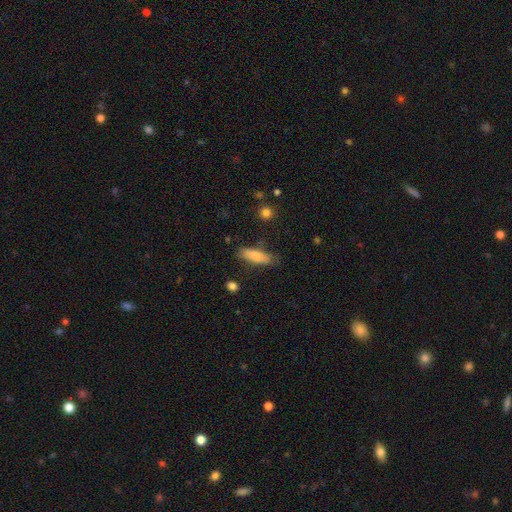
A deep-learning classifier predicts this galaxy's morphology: Smooth or featured? Predicted: smooth (p=0.82). How rounded? Predicted: in between (p=0.51). Merging? Predicted: none (p=0.76).